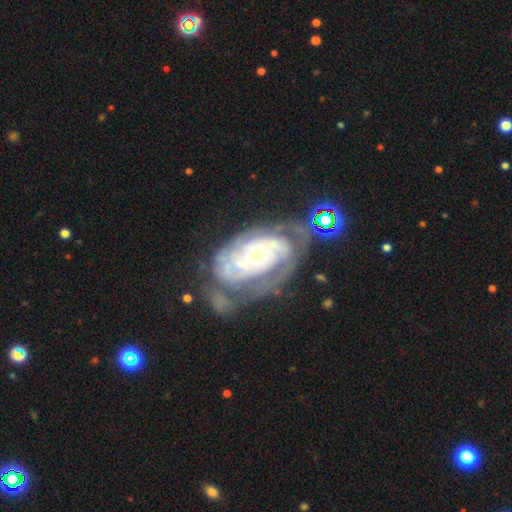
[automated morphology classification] The model was most divided on "spiral arm count": can't tell: 34%, 2: 31%, 3: 16%, 4: 8%, 1: 6%, more than 4: 5%. Remaining: edge-on disk — no (96%); spiral arms — yes (92%); smooth or featured — featured or disk (85%); bar — no (72%); spiral winding — tight (67%); bulge size — small (52%); merging — none (39%).